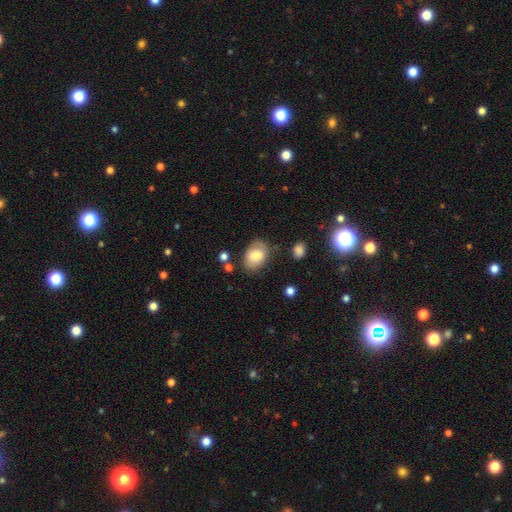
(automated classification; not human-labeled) Smooth or featured?
  - smooth: 75% *
  - featured or disk: 17%
  - star or artifact: 8%
How rounded?
  - in between: 80% *
  - round: 19%
  - cigar-shaped: 1%
Merging?
  - none: 68% *
  - minor disturbance: 21%
  - major disturbance: 7%
  - merger: 4%